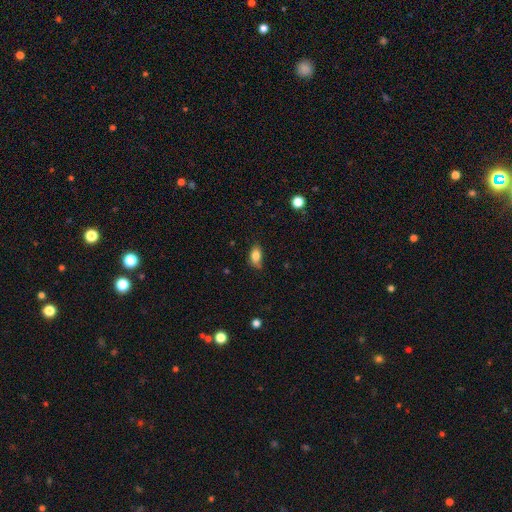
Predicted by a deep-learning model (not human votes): Q: Smooth or featured?
A: smooth (83%); runner-up: featured or disk (9%)
Q: How rounded?
A: in between (87%); runner-up: round (10%)
Q: Merging?
A: none (65%); runner-up: minor disturbance (27%)